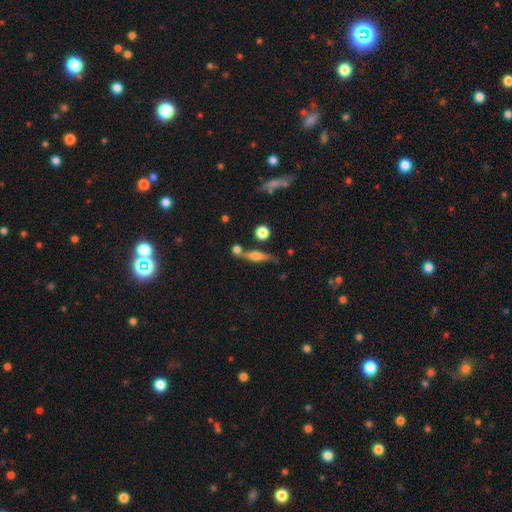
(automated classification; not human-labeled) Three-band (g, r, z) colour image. It shows a featured or disk galaxy (62%) viewed edge-on (93%) with a rounded central bulge (87%). Merging: none (69%).